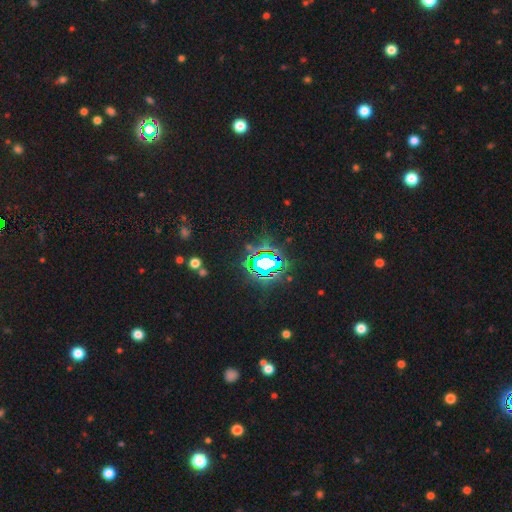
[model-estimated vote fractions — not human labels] This appears to be a star or artifact, not a galaxy (83%).